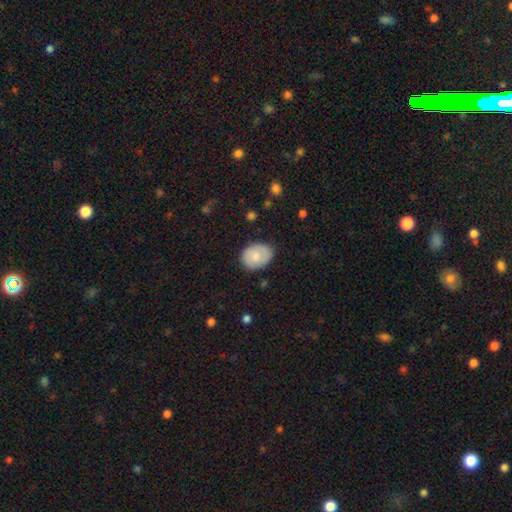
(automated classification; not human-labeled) Morphology: type=smooth (78%); roundness=in between (67%); merging=none (79%).